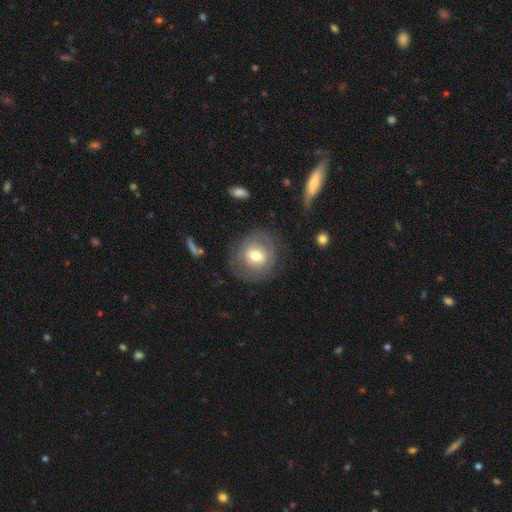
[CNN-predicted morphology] Q: Smooth or featured?
A: featured or disk (53%); runner-up: smooth (40%)
Q: Edge-on disk?
A: no (96%); runner-up: yes (4%)
Q: Bar?
A: weak (43%); runner-up: no (40%)
Q: Spiral arms?
A: yes (61%); runner-up: no (39%)
Q: Bulge size?
A: moderate (69%); runner-up: small (16%)
Q: Merging?
A: none (76%); runner-up: minor disturbance (14%)